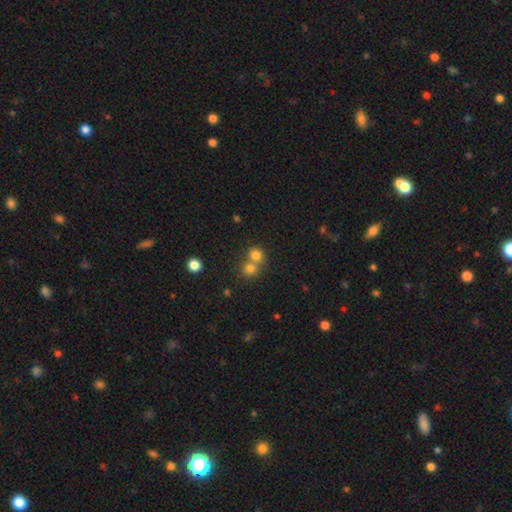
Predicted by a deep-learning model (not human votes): The model was most divided on "merging": merger: 49%, none: 43%, minor disturbance: 5%, major disturbance: 2%. More confident: how rounded — round (83%); smooth or featured — smooth (78%).